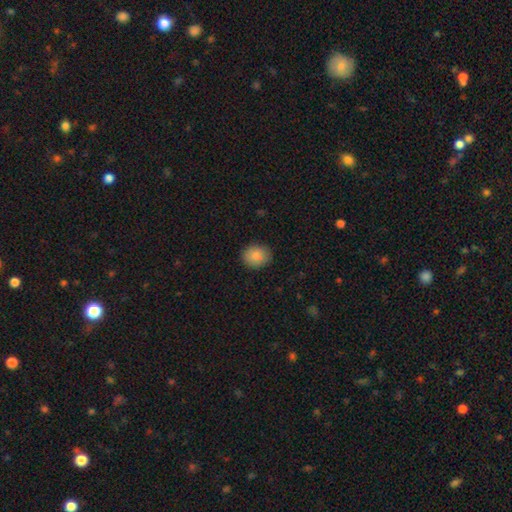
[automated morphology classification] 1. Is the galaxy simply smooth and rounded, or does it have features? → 85% smooth, 8% star or artifact, 7% featured or disk.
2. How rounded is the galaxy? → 62% round, 37% in between, 1% cigar-shaped.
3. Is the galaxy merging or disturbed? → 86% none, 10% minor disturbance, 2% major disturbance, 2% merger.